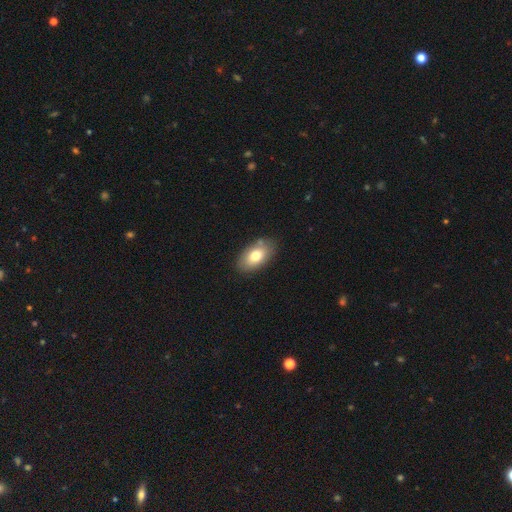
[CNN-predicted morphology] type=smooth (75%); roundness=in between (92%); merging=none (80%).